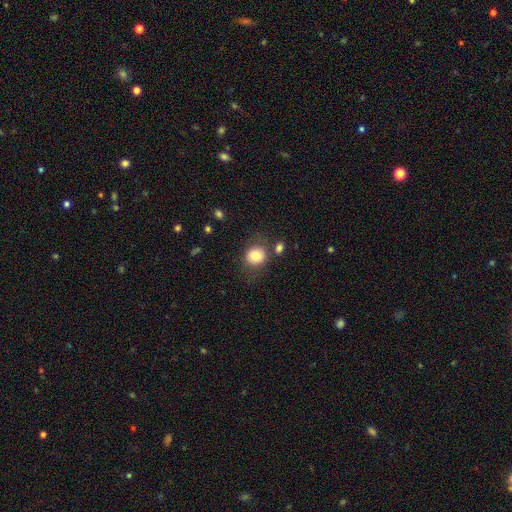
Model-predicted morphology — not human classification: This appears to be a smooth galaxy with no disk features (80%) that is round (81%). Merging: none (74%).